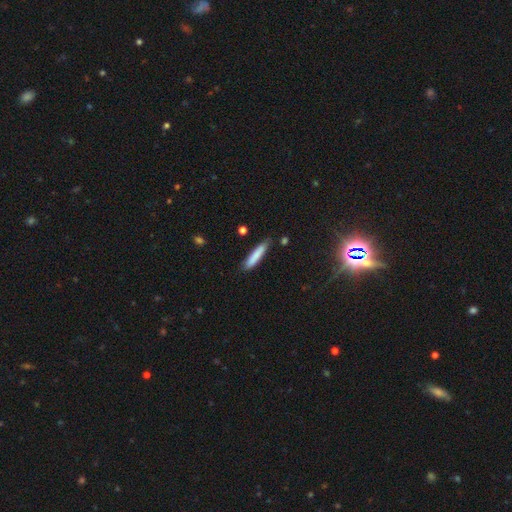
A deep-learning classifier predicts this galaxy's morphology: This is clearly a smooth galaxy (82%). How rounded: clearly cigar-shaped (89%). Merging: likely none (80%).